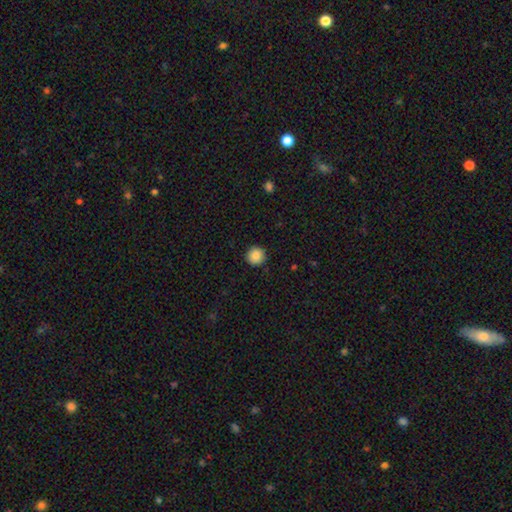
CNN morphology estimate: This appears to be a smooth galaxy with no disk features (87%) that is round (95%). Merging: none (92%).